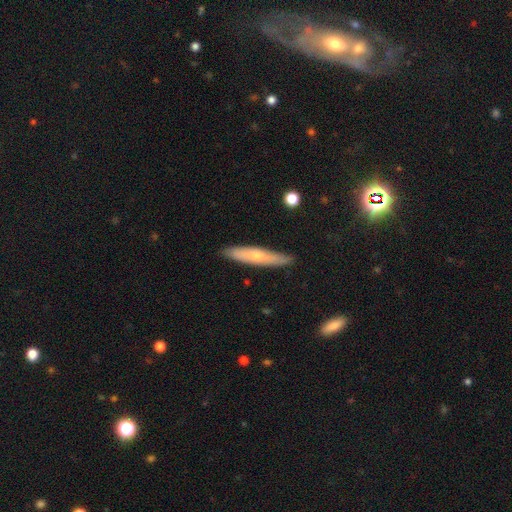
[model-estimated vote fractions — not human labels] smooth-or-featured: smooth: 56% | featured or disk: 38% | star or artifact: 6%
  how-rounded: cigar-shaped: 88% | in between: 11% | round: 1%
  merging: none: 85% | minor disturbance: 12% | major disturbance: 2% | merger: 1%